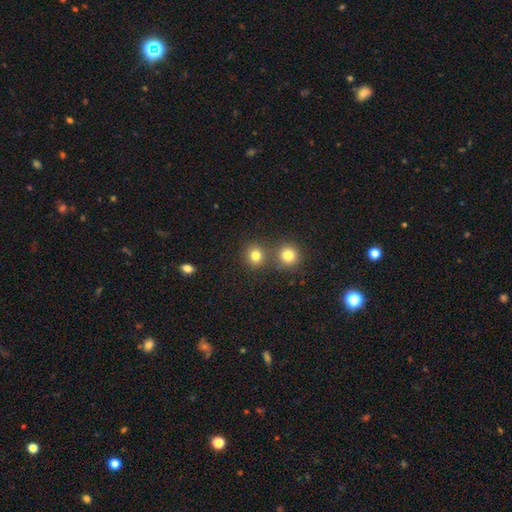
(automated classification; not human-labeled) Smooth or featured: smooth — 80% (star or artifact — 14%)
How rounded: round — 89% (in between — 10%)
Merging: none — 75% (merger — 16%)